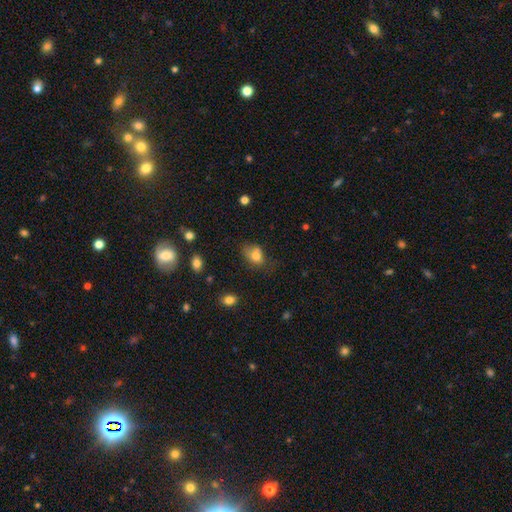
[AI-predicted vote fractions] Q: Smooth or featured?
A: smooth (77%); runner-up: featured or disk (12%)
Q: How rounded?
A: in between (67%); runner-up: round (32%)
Q: Merging?
A: none (44%); runner-up: minor disturbance (32%)